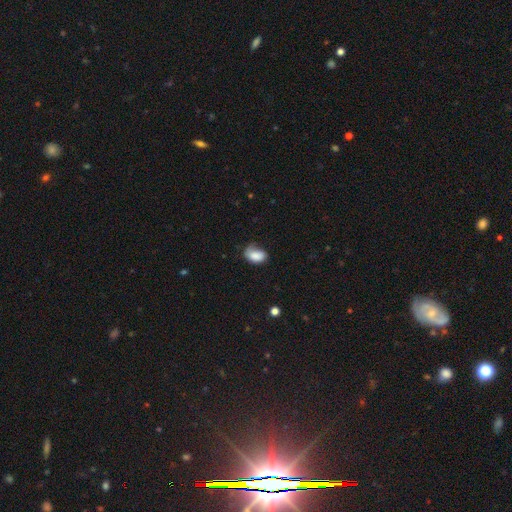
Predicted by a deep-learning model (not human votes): The model was most divided on "merging": none: 42%, minor disturbance: 36%, major disturbance: 19%, merger: 3%. More confident: how rounded — in between (87%); smooth or featured — smooth (81%).